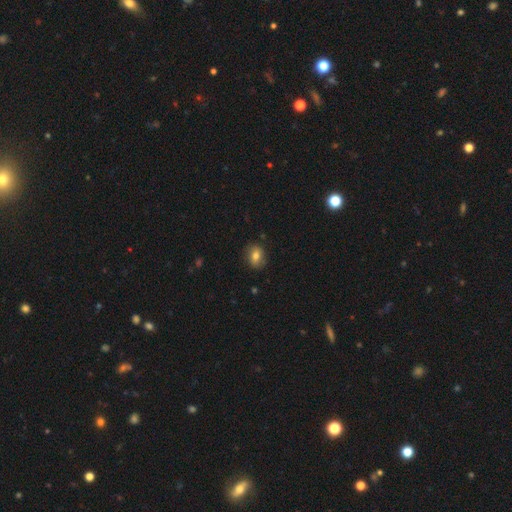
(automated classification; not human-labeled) A smooth galaxy with no disk features (74%) that is in between round and cigar-shaped (52%). Merging: none (82%).